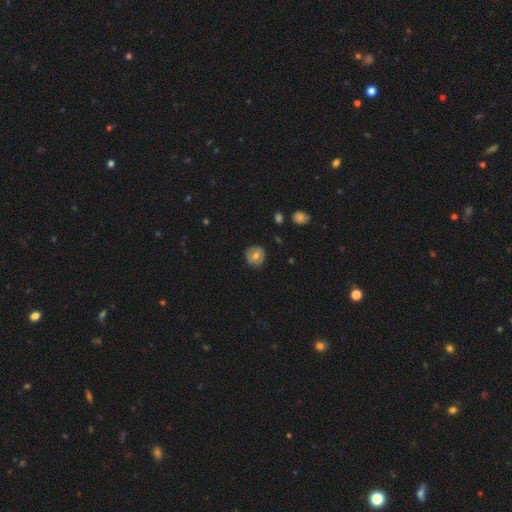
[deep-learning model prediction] A smooth galaxy with no disk features (62%) that is round (89%). Merging: none (83%).